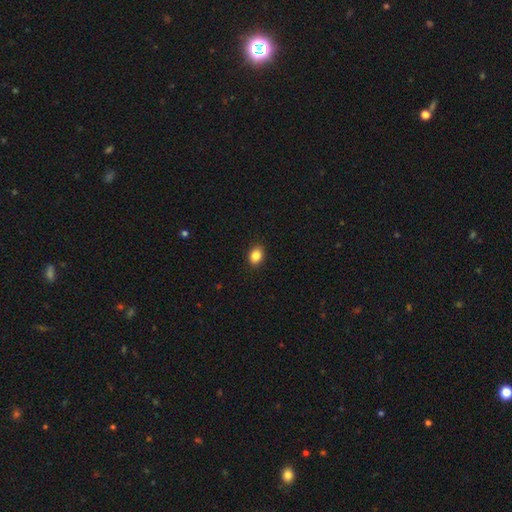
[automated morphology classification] Smooth or featured? Predicted: smooth (p=0.85). How rounded? Predicted: in between (p=0.65). Merging? Predicted: none (p=0.90).